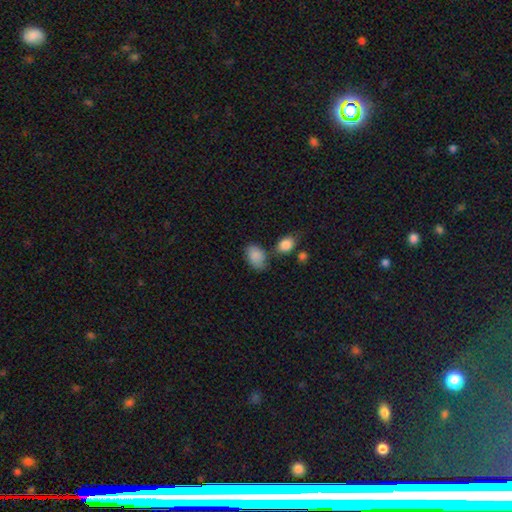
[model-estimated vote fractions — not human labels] A smooth galaxy with no disk features (87%) that is in between round and cigar-shaped (86%).

Vote fractions:
- Smooth or featured? smooth: 87% / star or artifact: 7% / featured or disk: 5%
- How rounded? in between: 86% / round: 12% / cigar-shaped: 1%
- Merging? none: 59% / minor disturbance: 22% / merger: 13% / major disturbance: 6%